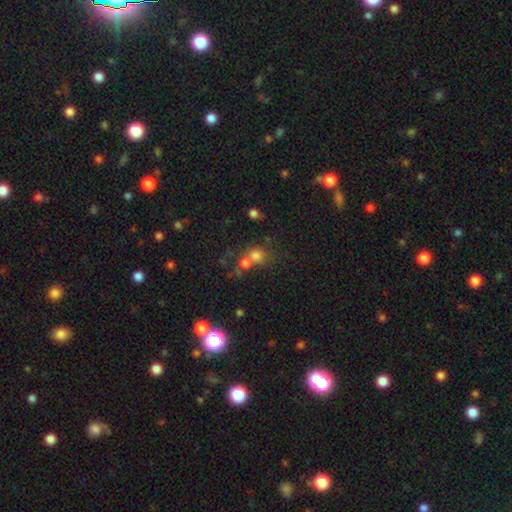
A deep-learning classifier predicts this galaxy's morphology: Smooth or featured? smooth (72%)
How rounded? round (77%)
Merging? merger (50%)